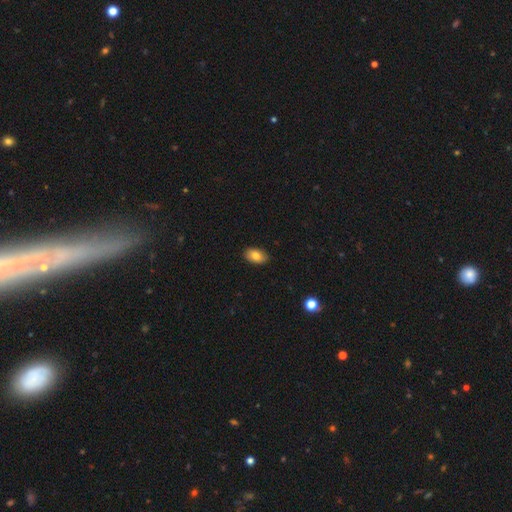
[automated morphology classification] A smooth galaxy with no disk features (81%) that is in between round and cigar-shaped (92%). Merging: none (87%).